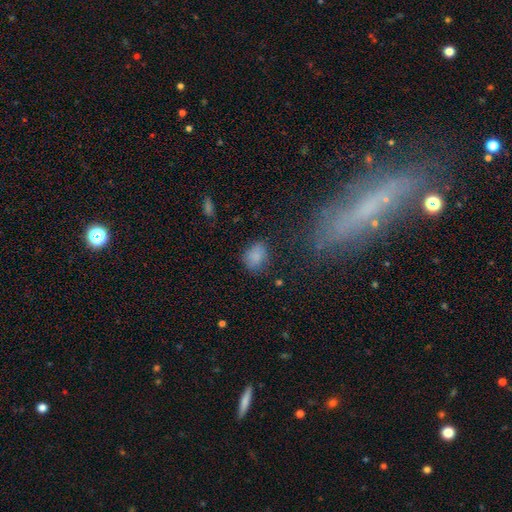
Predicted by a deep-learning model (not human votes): Q: Smooth or featured?
A: smooth (78%); runner-up: star or artifact (13%)
Q: How rounded?
A: in between (65%); runner-up: round (34%)
Q: Merging?
A: none (63%); runner-up: minor disturbance (24%)